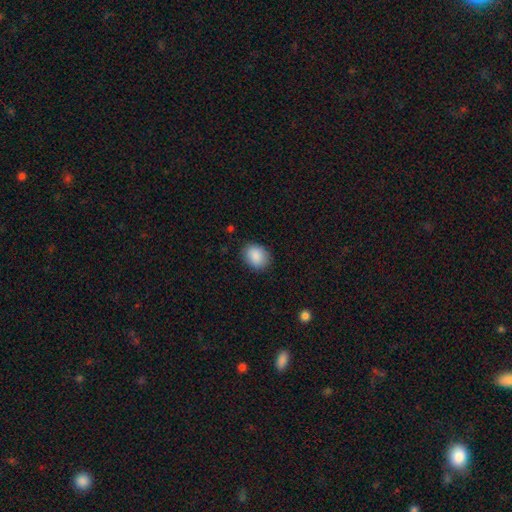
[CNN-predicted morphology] type=smooth (89%); roundness=in between (56%); merging=none (86%).